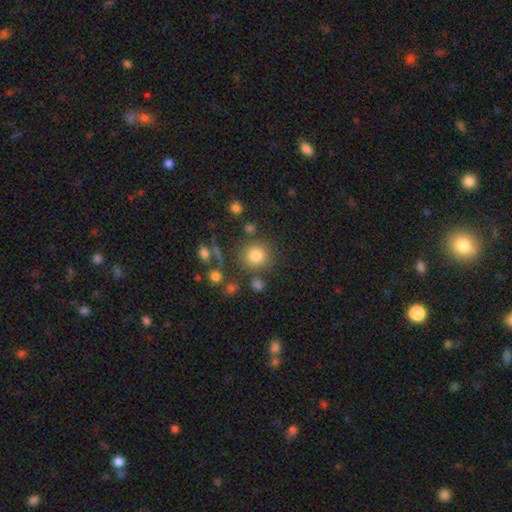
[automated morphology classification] type=smooth (80%); roundness=round (90%); merging=none (77%).